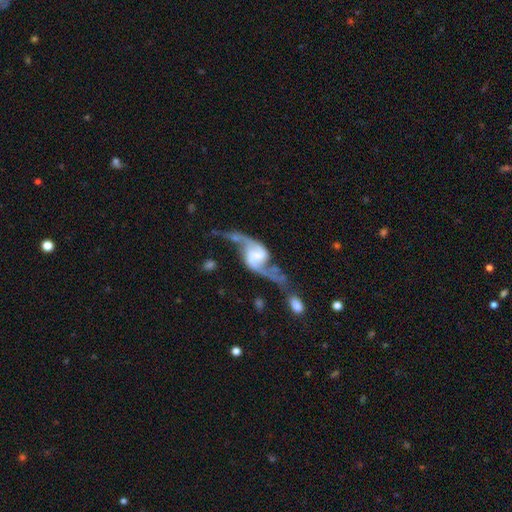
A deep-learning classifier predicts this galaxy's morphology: A featured or disk galaxy (91%) with a weak bar (45%), 2 (94%) loose (82%) spiral arms (97%) and no central bulge (41%). Merging: none (49%).